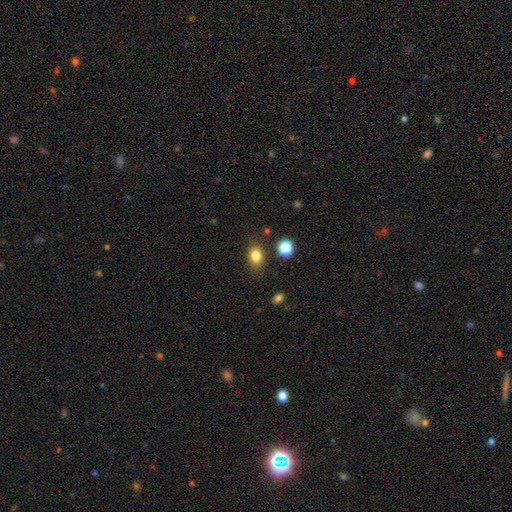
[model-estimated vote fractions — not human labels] This is clearly a smooth galaxy (83%). How rounded: likely in between (69%). Merging: clearly none (82%).